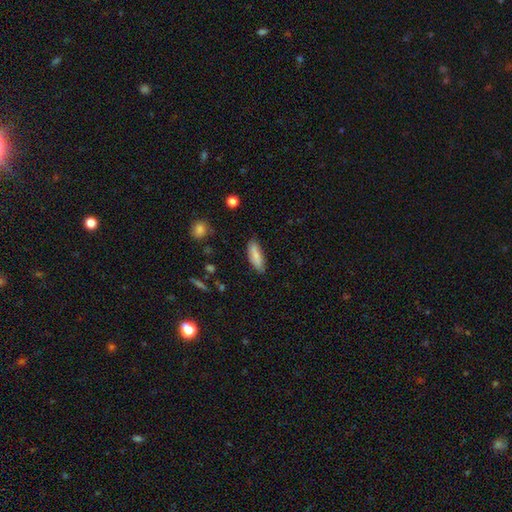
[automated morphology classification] Smooth or featured? Predicted: smooth (p=0.81). How rounded? Predicted: in between (p=0.58). Merging? Predicted: none (p=0.75).